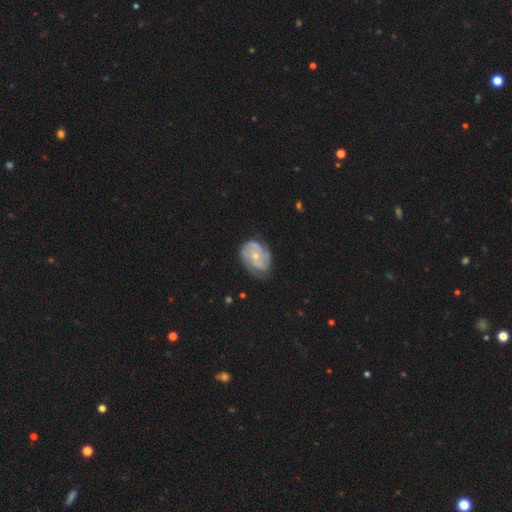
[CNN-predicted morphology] type=featured or disk (76%); edge-on=no (97%); bar=no (73%); spiral arms=yes (92%); winding=tight (49%); arm count=2 (41%); bulge=small (55%); merging=none (67%).